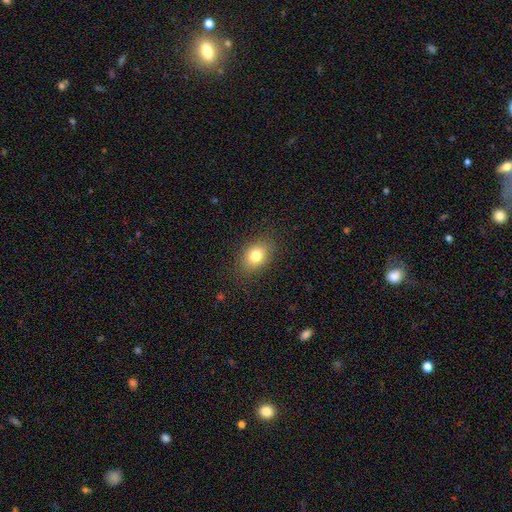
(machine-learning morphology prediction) smooth 79%, featured or disk 11%, star or artifact 11%. Down the decision tree: how rounded — in between (71%); merging — none (85%).